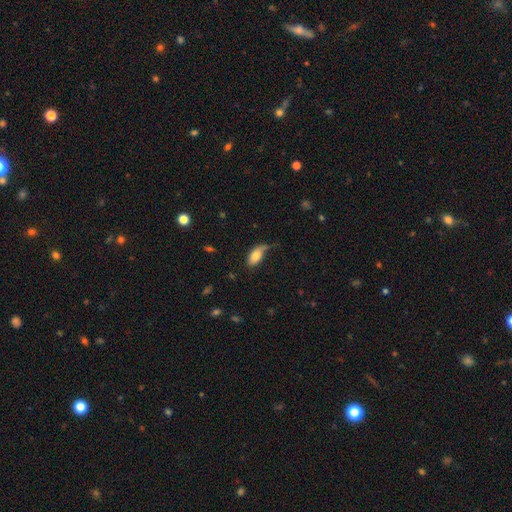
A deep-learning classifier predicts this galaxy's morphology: A smooth galaxy with no disk features (77%) that is in between round and cigar-shaped (90%).

Vote fractions:
- Smooth or featured? smooth: 77% / featured or disk: 16% / star or artifact: 7%
- How rounded? in between: 90% / cigar-shaped: 7% / round: 4%
- Merging? none: 38% / minor disturbance: 35% / major disturbance: 23% / merger: 4%